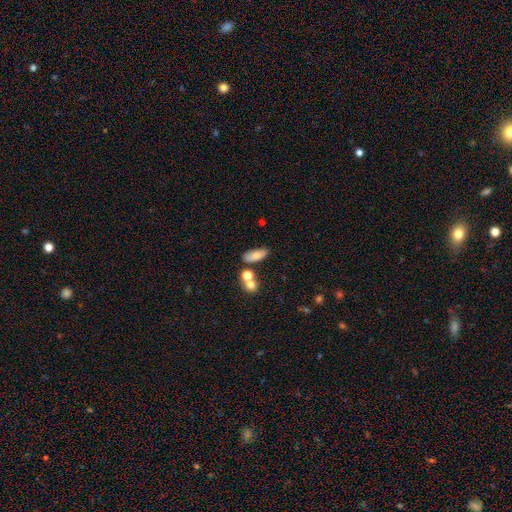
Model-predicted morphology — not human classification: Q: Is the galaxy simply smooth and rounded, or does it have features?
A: smooth — 75%.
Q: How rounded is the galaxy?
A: in between — 75%.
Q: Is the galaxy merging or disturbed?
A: none — 61%.